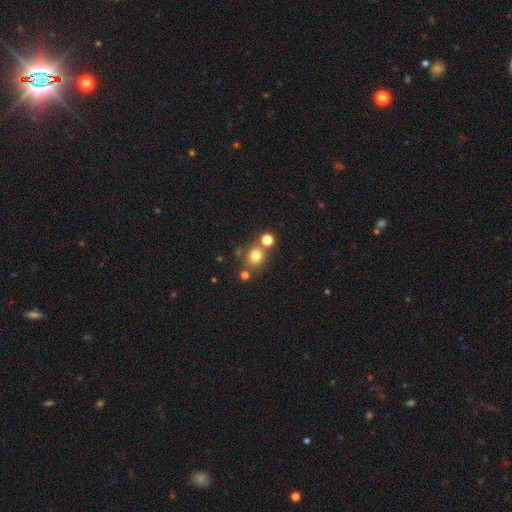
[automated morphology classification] The model was most divided on "merging": none: 68%, merger: 19%, minor disturbance: 9%, major disturbance: 4%. More confident: how rounded — round (80%); smooth or featured — smooth (76%).